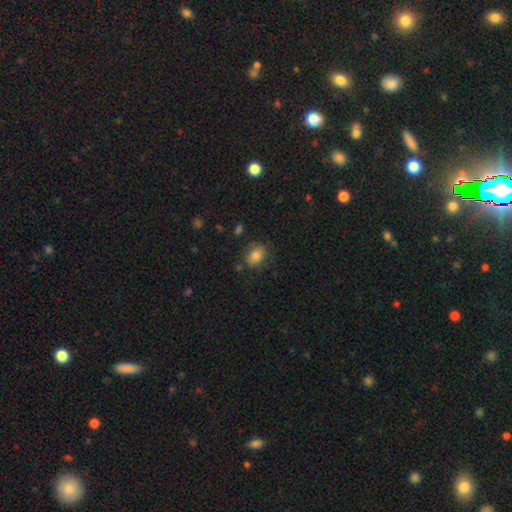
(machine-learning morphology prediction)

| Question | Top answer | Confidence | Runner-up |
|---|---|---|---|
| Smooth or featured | smooth | 81% | star or artifact (10%) |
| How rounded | in between | 58% | round (41%) |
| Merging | none | 68% | minor disturbance (22%) |